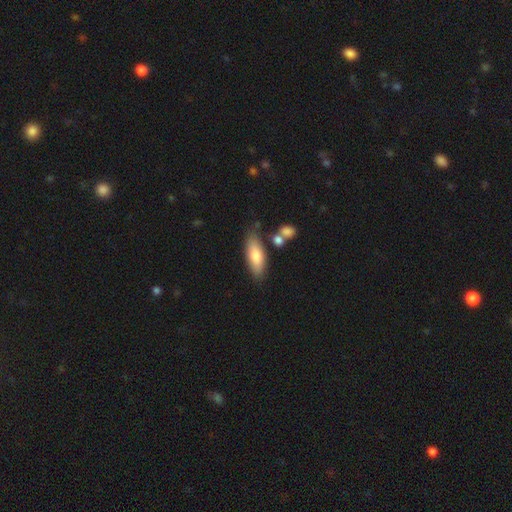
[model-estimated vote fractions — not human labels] This appears to be a smooth galaxy with no disk features (77%) that is in between round and cigar-shaped (69%). Merging: none (73%).